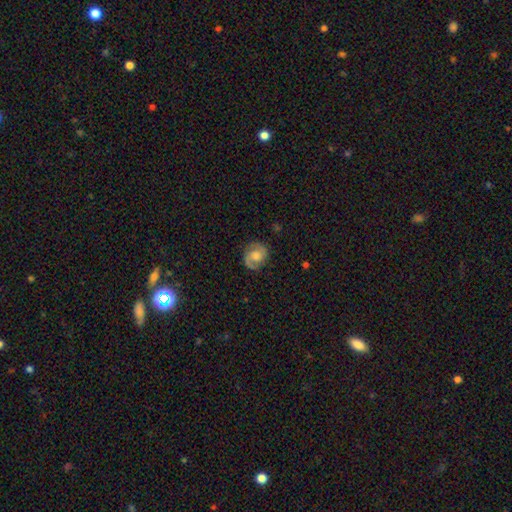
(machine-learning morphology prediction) type=featured or disk (69%); edge-on=no (98%); bar=no (59%); spiral arms=yes (92%); winding=medium (46%); arm count=2 (86%); bulge=moderate (58%); merging=none (81%).